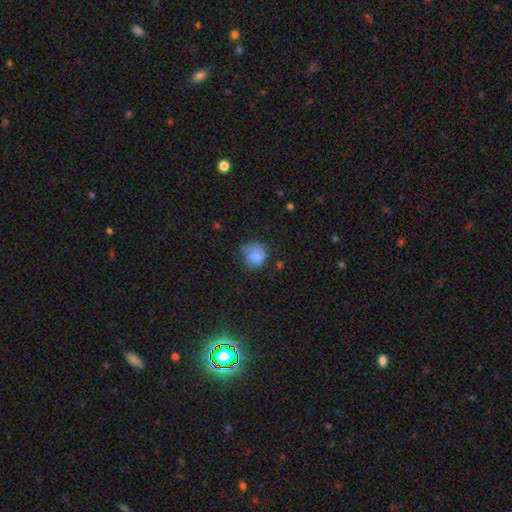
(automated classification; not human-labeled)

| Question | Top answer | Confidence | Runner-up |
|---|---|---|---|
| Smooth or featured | smooth | 78% | featured or disk (12%) |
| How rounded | round | 74% | in between (25%) |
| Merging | none | 46% | minor disturbance (33%) |